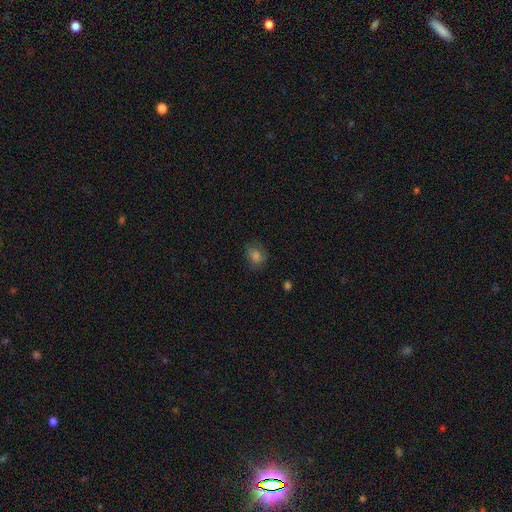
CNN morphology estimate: smooth_or_featured: smooth (p=0.73) [alt: star or artifact p=0.16]
how_rounded: round (p=0.60) [alt: in between p=0.39]
merging: none (p=0.70) [alt: minor disturbance p=0.21]